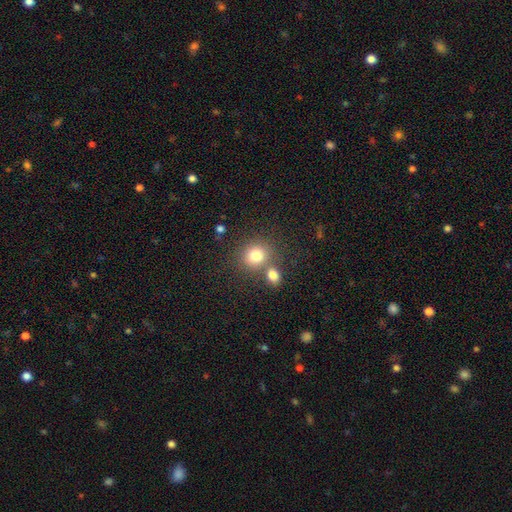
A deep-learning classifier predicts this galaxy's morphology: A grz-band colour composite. It shows a smooth galaxy with no disk features (80%) that is round (81%). Merging: none (61%).